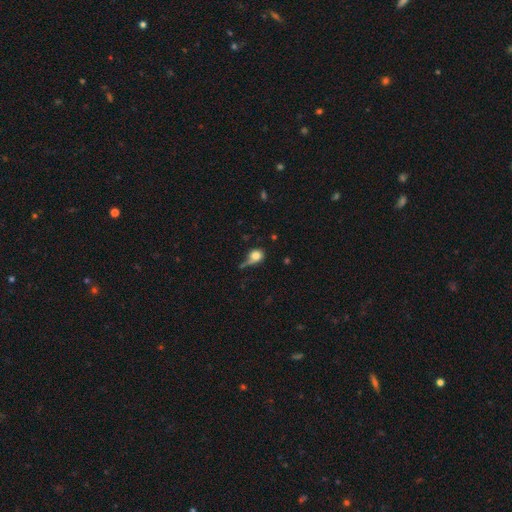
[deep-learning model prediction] The model was most divided on "merging": none: 34%, major disturbance: 28%, minor disturbance: 25%, merger: 13%. More confident: smooth or featured — smooth (73%); how rounded — round (69%).